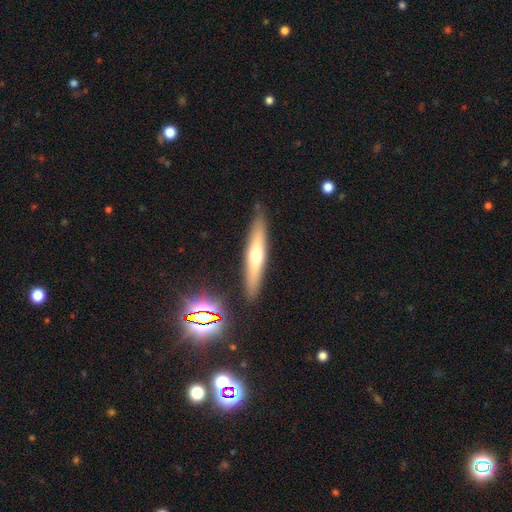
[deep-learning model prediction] This is possibly a featured or disk galaxy (51%). It is clearly viewed edge-on (90%). Merging: clearly none (88%).